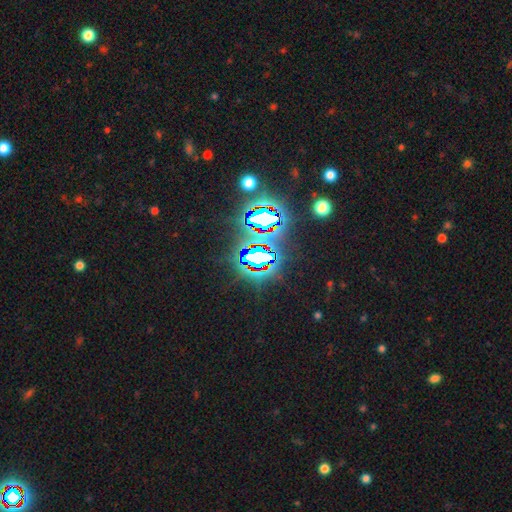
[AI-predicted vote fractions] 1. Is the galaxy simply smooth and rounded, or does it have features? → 78% star or artifact, 11% smooth, 11% featured or disk.